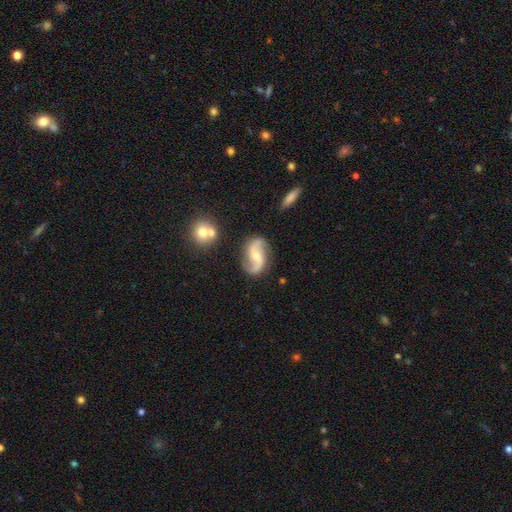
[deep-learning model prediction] The model was most divided on "bulge size": small: 50%, moderate: 44%, none: 3%, large: 2%, dominant: 1%. Remaining: edge-on disk — no (98%); spiral arms — yes (98%); spiral arm count — 2 (94%); smooth or featured — featured or disk (90%); merging — none (83%); spiral winding — loose (63%); bar — no (49%).